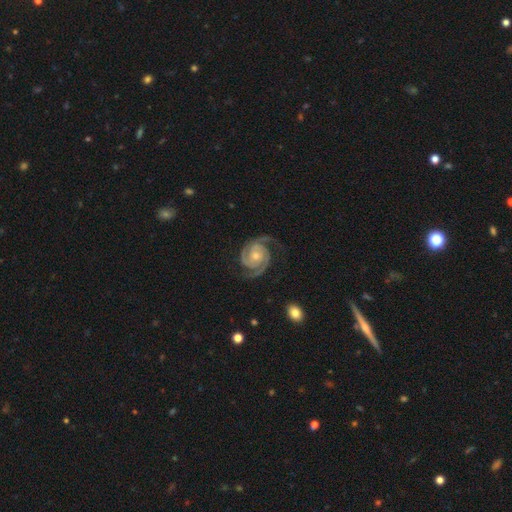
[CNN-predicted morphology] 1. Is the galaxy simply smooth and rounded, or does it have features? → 94% featured or disk, 4% star or artifact, 3% smooth.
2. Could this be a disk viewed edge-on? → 98% no, 2% yes.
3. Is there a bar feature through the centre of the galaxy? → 72% no, 20% weak, 8% strong.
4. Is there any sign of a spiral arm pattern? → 99% yes, 1% no.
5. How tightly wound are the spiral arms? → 64% tight, 31% medium, 4% loose.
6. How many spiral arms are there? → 87% 2, 6% 3, 2% can't tell, 1% 4, 1% 1, 1% more than 4.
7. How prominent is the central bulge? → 47% small (tied), 47% moderate (tied), 2% large, 2% none, 1% dominant.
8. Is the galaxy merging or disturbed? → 77% none, 15% minor disturbance, 6% major disturbance, 1% merger.